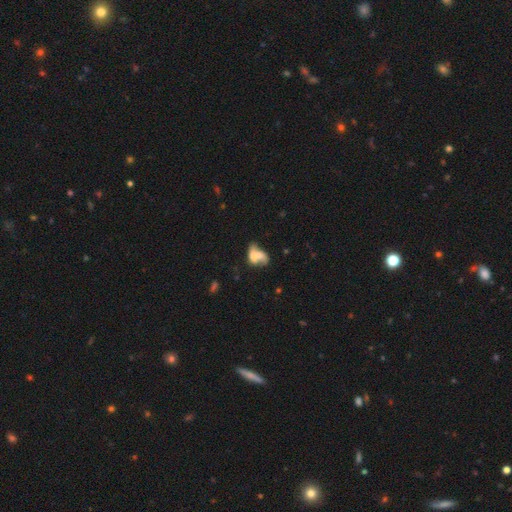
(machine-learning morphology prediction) Smooth or featured: smooth — 50% (featured or disk — 40%)
Merging: merger — 61% (none — 16%)